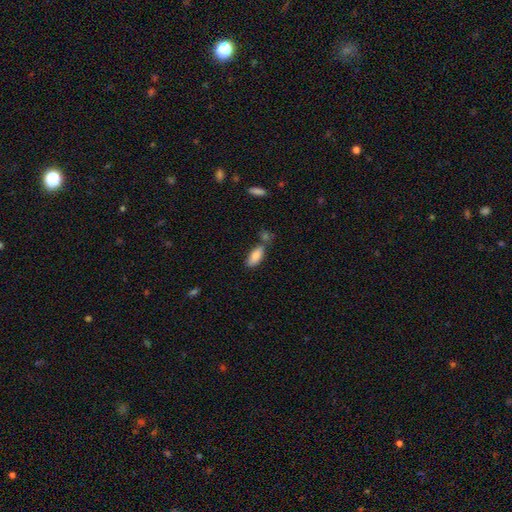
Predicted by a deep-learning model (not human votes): Smooth or featured: smooth — 86% (featured or disk — 7%)
How rounded: in between — 82% (cigar-shaped — 16%)
Merging: none — 59% (merger — 19%)